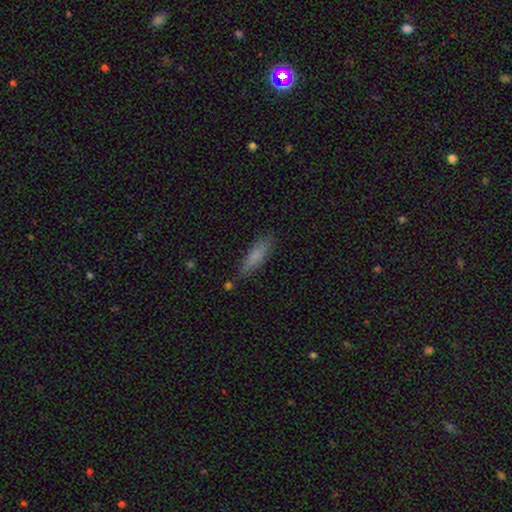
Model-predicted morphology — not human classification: Smooth or featured? Predicted: smooth (p=0.80). How rounded? Predicted: cigar-shaped (p=0.65). Merging? Predicted: none (p=0.80).